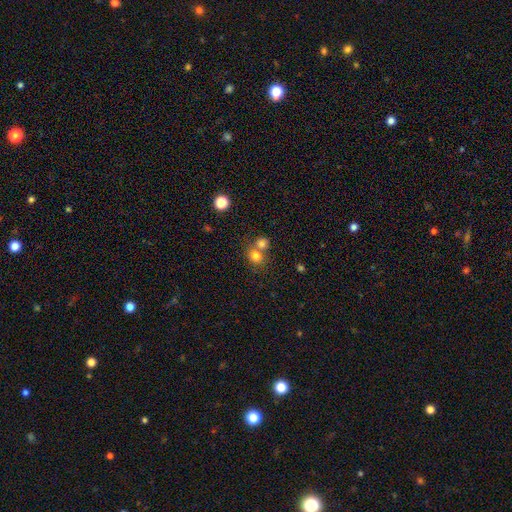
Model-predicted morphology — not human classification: A smooth galaxy with no disk features (78%) that is round (75%).

Vote fractions:
- Smooth or featured? smooth: 78% / star or artifact: 13% / featured or disk: 9%
- How rounded? round: 75% / in between: 24% / cigar-shaped: 1%
- Merging? none: 46% / merger: 44% / minor disturbance: 7% / major disturbance: 3%